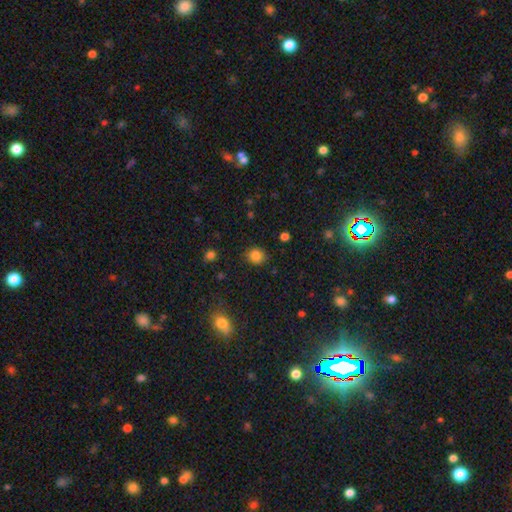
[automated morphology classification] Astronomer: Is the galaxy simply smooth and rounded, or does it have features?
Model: smooth — 83%.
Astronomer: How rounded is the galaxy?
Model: round — 74%.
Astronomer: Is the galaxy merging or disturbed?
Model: none — 85%.